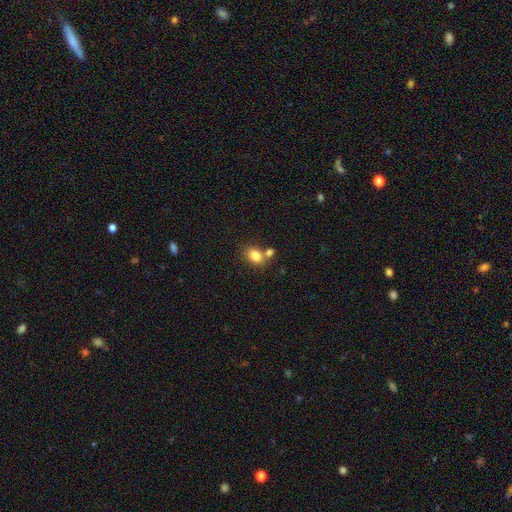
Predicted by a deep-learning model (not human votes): This appears to be a smooth galaxy with no disk features (82%) that is in between round and cigar-shaped (77%). Merging: none (55%).